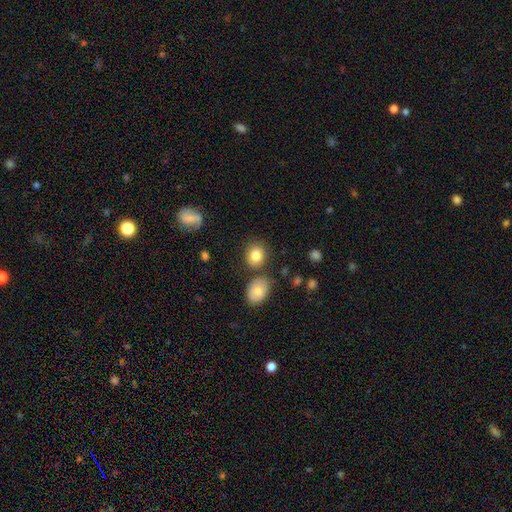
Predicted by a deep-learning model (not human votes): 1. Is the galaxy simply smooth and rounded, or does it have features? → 83% smooth, 9% star or artifact, 8% featured or disk.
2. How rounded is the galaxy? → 61% round, 38% in between, 1% cigar-shaped.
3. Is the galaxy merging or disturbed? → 75% none, 12% minor disturbance, 10% merger, 4% major disturbance.